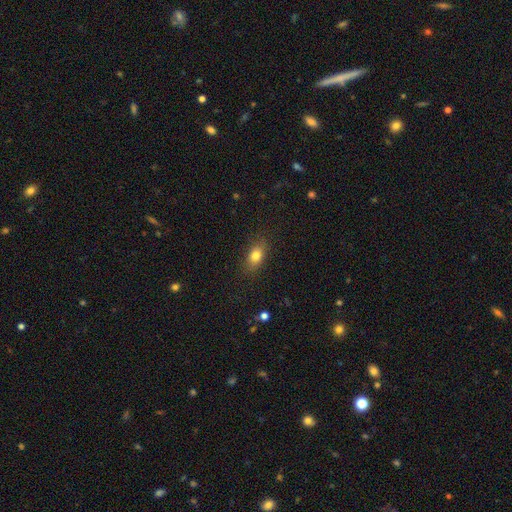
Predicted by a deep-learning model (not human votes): A smooth galaxy with no disk features (80%) that is in between round and cigar-shaped (80%). Merging: none (83%).